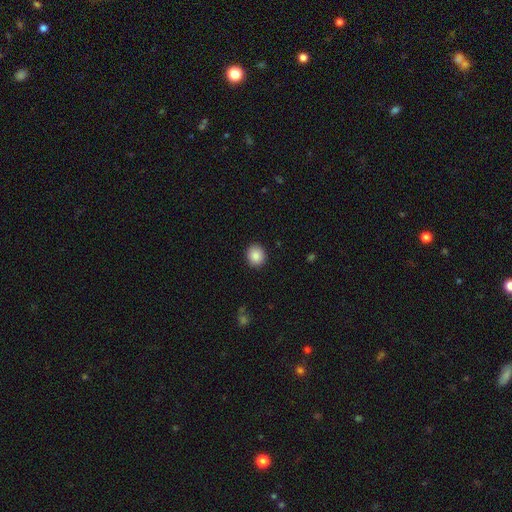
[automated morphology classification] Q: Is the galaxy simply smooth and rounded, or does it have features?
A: smooth — 87%.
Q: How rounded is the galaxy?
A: round — 81%.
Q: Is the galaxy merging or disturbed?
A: none — 91%.